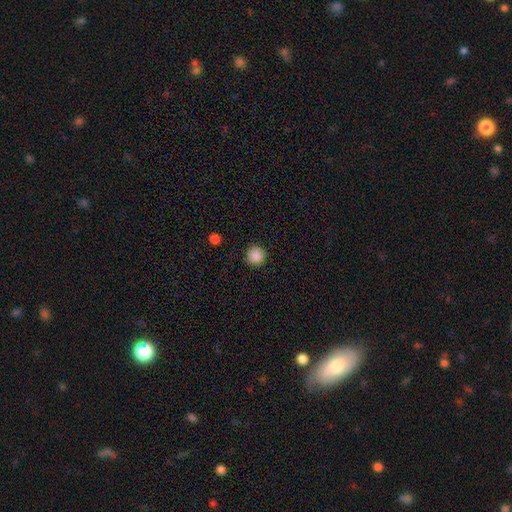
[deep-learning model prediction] This appears to be a smooth galaxy with no disk features (88%) that is round (95%). Merging: none (91%).